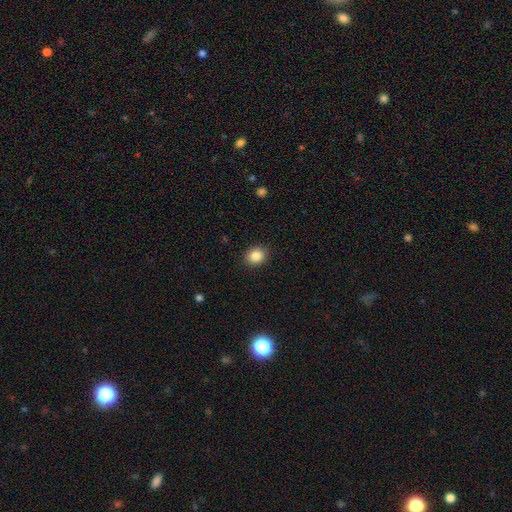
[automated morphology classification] A smooth galaxy with no disk features (86%) that is round (60%). Merging: none (90%).